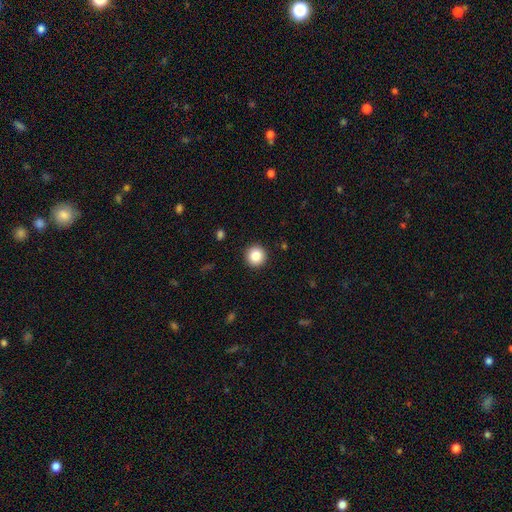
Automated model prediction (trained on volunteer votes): This appears to be a smooth galaxy with no disk features (87%) that is round (96%). Merging: none (93%).